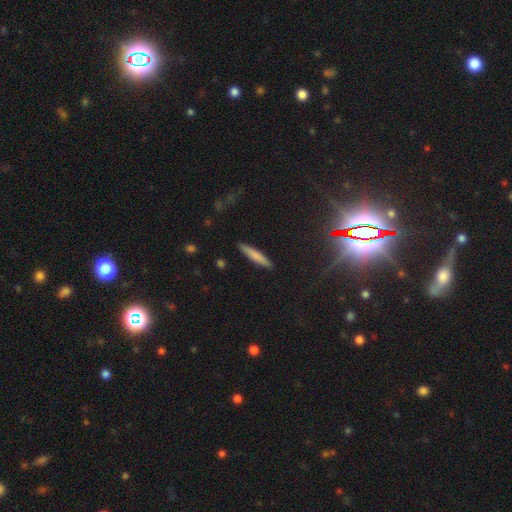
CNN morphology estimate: A smooth galaxy with no disk features (77%) that is cigar-shaped (93%). Merging: none (90%).